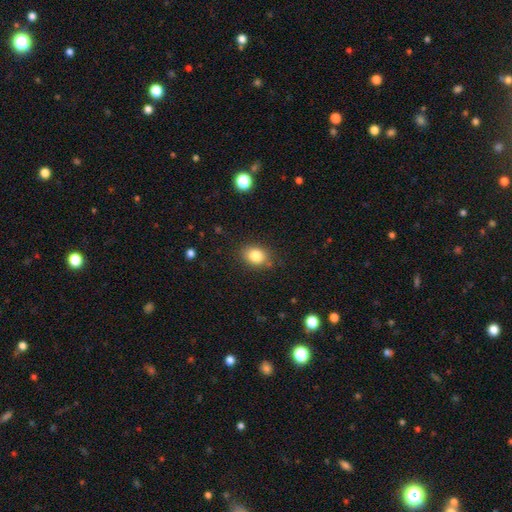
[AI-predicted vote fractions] smooth_or_featured: smooth (p=0.83) [alt: star or artifact p=0.10]
how_rounded: in between (p=0.57) [alt: round p=0.42]
merging: none (p=0.83) [alt: minor disturbance p=0.12]